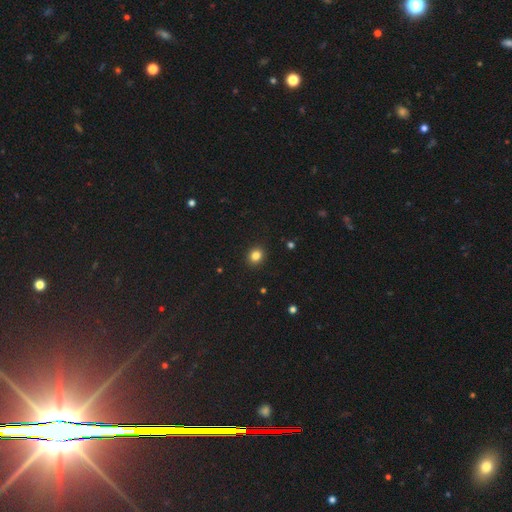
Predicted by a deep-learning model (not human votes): Smooth or featured? smooth (83%)
How rounded? round (73%)
Merging? none (92%)